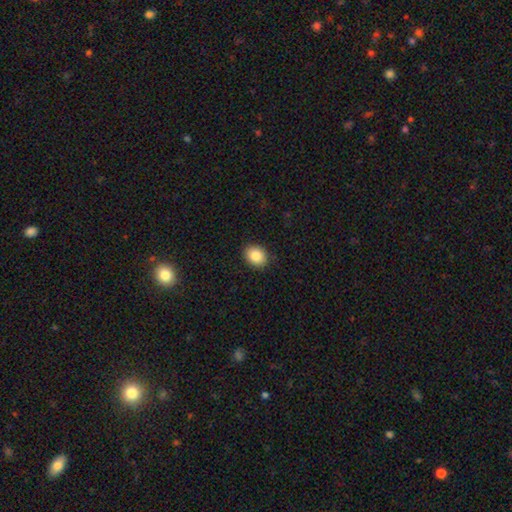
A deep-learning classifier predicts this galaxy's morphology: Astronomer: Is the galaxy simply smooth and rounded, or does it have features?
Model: smooth — 86%.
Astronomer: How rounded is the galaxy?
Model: in between — 56% (runner-up: round, 44%).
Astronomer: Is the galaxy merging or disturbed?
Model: none — 90%.